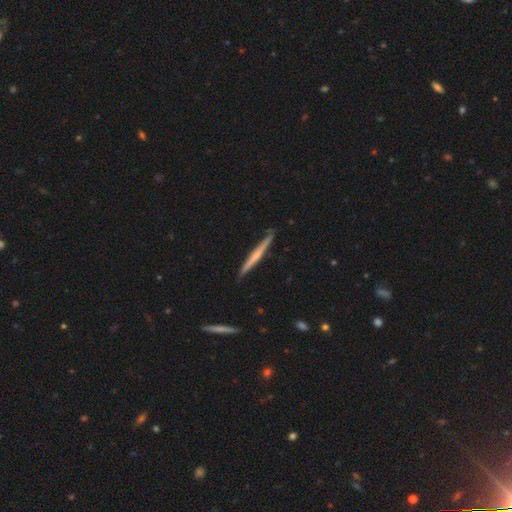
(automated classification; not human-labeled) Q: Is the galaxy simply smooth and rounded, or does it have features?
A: featured or disk — 57%.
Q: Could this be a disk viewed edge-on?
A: yes — 98%.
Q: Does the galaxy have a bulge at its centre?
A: none — 56%.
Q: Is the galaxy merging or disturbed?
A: none — 89%.